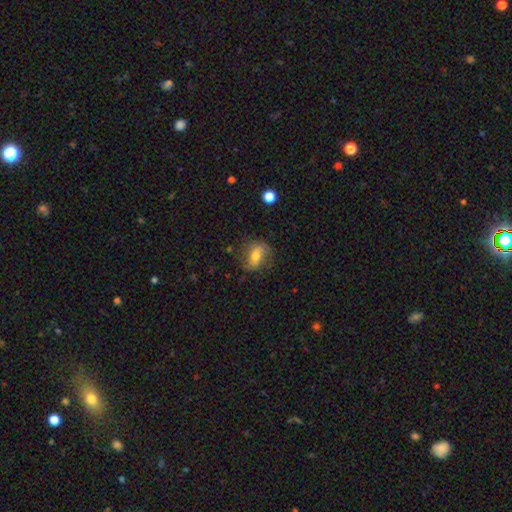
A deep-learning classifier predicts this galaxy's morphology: The model was most divided on "smooth or featured": smooth: 52%, featured or disk: 39%, star or artifact: 9%. More confident: how rounded — in between (69%); merging — none (68%).